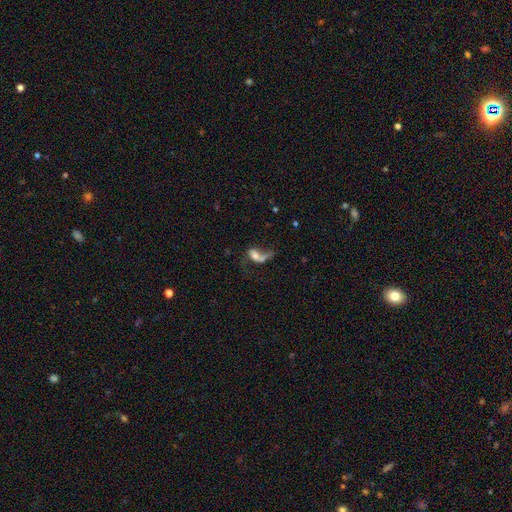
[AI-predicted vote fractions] Smooth or featured: featured or disk — 51% (smooth — 37%)
Edge-on disk: no — 94% (yes — 6%)
Merging: major disturbance — 35% (merger — 30%)